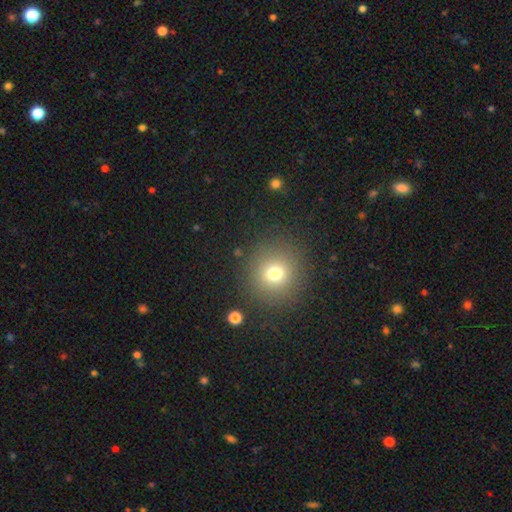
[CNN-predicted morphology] Smooth or featured: smooth — 67% (star or artifact — 25%)
How rounded: round — 91% (in between — 8%)
Merging: none — 91% (minor disturbance — 5%)